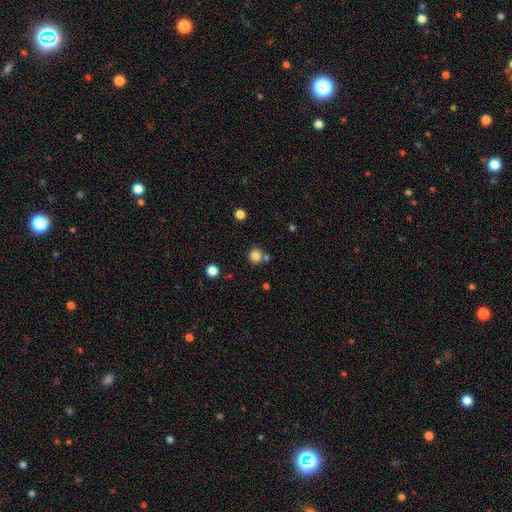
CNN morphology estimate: A smooth galaxy with no disk features (82%) that is round (94%).

Vote fractions:
- Smooth or featured? smooth: 82% / star or artifact: 13% / featured or disk: 5%
- How rounded? round: 94% / in between: 5% / cigar-shaped: 1%
- Merging? none: 74% / merger: 15% / minor disturbance: 8% / major disturbance: 3%